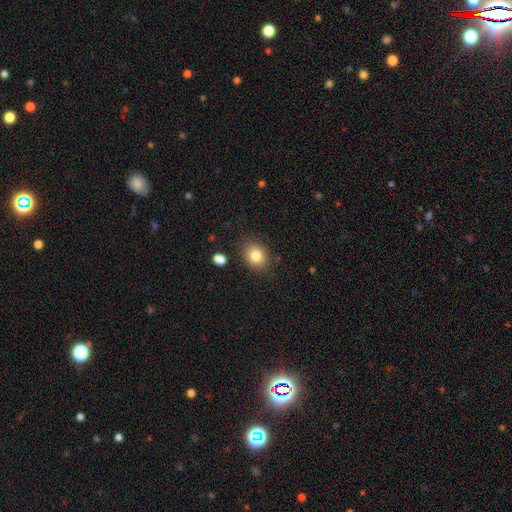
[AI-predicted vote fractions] A smooth galaxy with no disk features (82%) that is round (58%).

Vote fractions:
- Smooth or featured? smooth: 82% / star or artifact: 10% / featured or disk: 7%
- How rounded? round: 58% / in between: 41% / cigar-shaped: 1%
- Merging? none: 84% / minor disturbance: 11% / major disturbance: 3% / merger: 2%